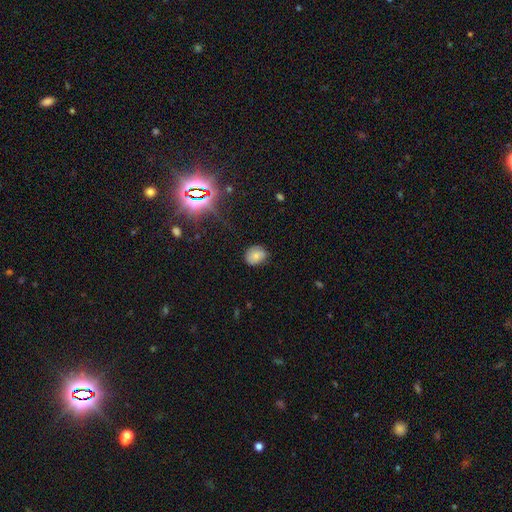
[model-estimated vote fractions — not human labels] smooth 75%, featured or disk 13%, star or artifact 13%. Down the decision tree: how rounded — round (52%); merging — none (74%).